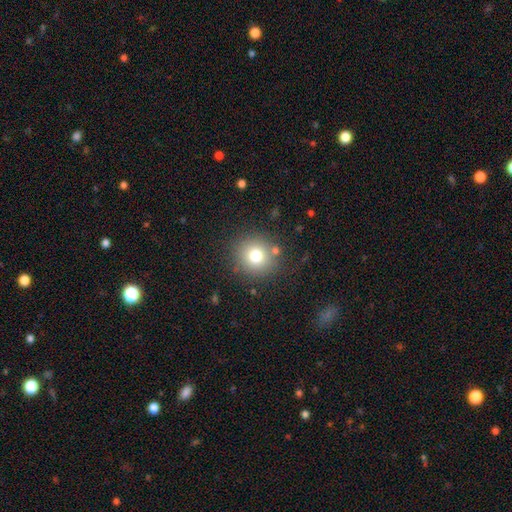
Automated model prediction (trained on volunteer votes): This is likely a smooth galaxy (75%). How rounded: clearly round (91%). Merging: clearly none (84%).